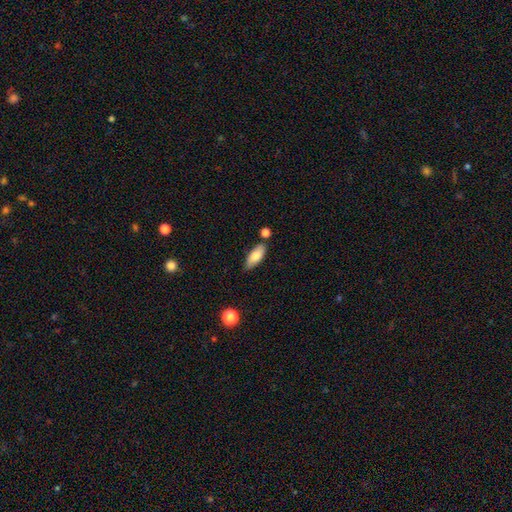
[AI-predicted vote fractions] Q: Smooth or featured?
A: smooth (80%); runner-up: featured or disk (13%)
Q: How rounded?
A: in between (82%); runner-up: cigar-shaped (16%)
Q: Merging?
A: none (73%); runner-up: minor disturbance (17%)